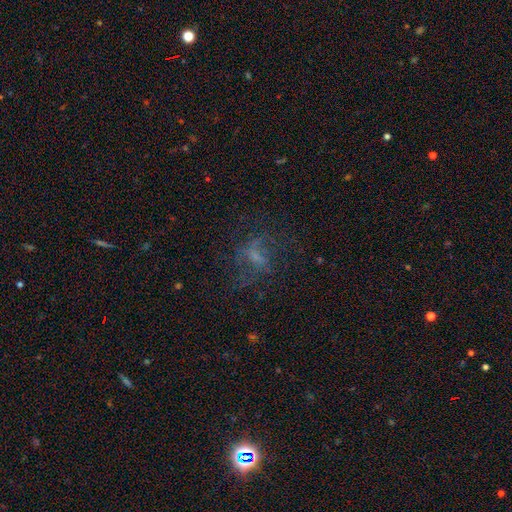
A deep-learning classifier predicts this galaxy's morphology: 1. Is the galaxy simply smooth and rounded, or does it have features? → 45% featured or disk, 31% smooth, 23% star or artifact.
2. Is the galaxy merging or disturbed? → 50% none, 31% major disturbance, 17% minor disturbance, 2% merger.